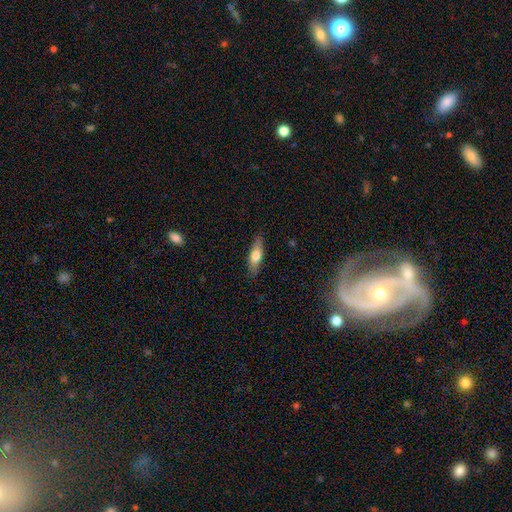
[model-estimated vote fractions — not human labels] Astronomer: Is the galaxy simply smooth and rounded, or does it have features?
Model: smooth — 67%.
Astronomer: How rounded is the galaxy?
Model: in between — 50% (runner-up: cigar-shaped, 48%).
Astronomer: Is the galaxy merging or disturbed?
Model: none — 86%.